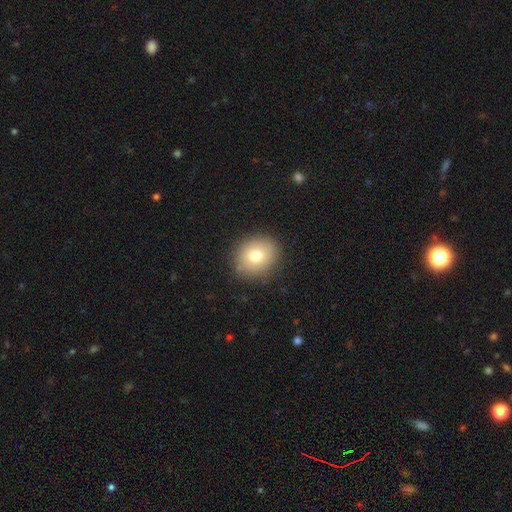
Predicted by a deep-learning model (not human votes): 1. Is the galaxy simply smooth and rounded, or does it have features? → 77% smooth, 13% featured or disk, 11% star or artifact.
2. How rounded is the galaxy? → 70% round, 29% in between, 1% cigar-shaped.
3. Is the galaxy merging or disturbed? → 87% none, 9% minor disturbance, 3% major disturbance, 1% merger.